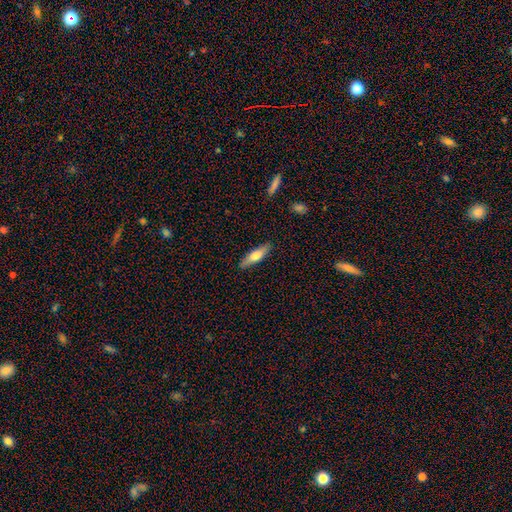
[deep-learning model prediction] A smooth galaxy with no disk features (62%) that is cigar-shaped (64%).

Vote fractions:
- Smooth or featured? smooth: 62% / featured or disk: 32% / star or artifact: 6%
- How rounded? cigar-shaped: 64% / in between: 34% / round: 2%
- Merging? none: 88% / minor disturbance: 9% / major disturbance: 2% / merger: 1%